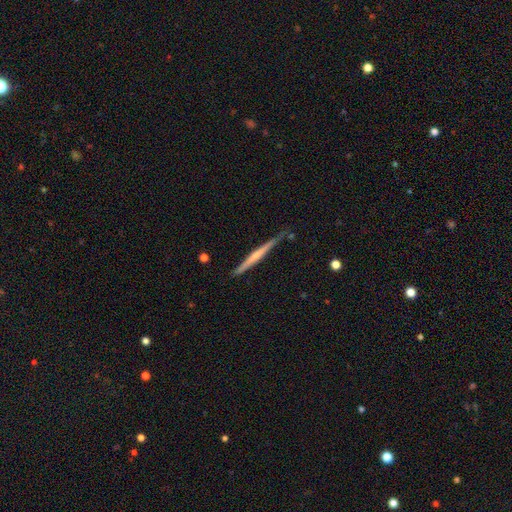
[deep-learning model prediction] This appears to be a featured or disk galaxy (61%) viewed edge-on (98%) with no central bulge (47%). Merging: none (80%).